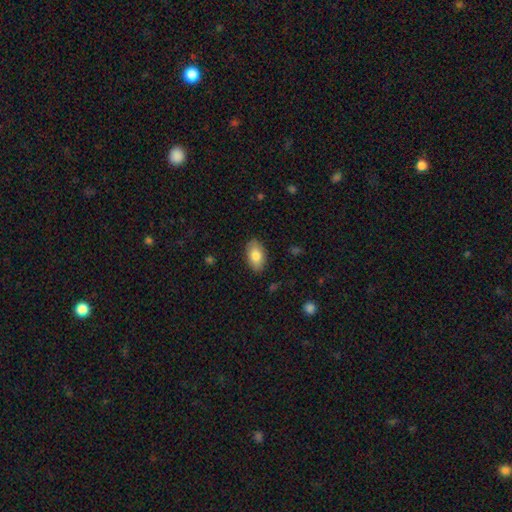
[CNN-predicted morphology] smooth 81%, featured or disk 13%, star or artifact 6%. Down the decision tree: how rounded — in between (93%); merging — none (86%).